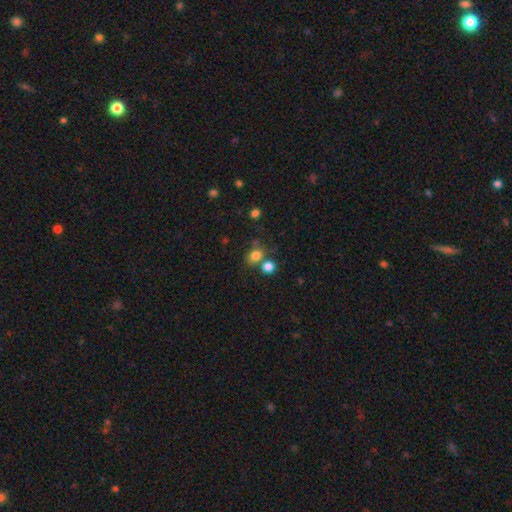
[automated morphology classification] smooth 78%, star or artifact 14%, featured or disk 8%. Down the decision tree: how rounded — round (54%); merging — none (55%).